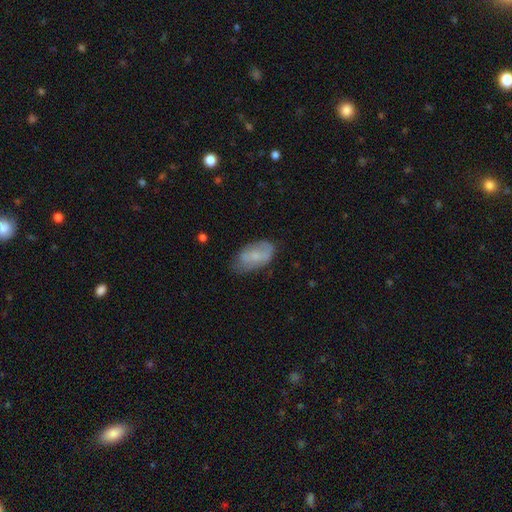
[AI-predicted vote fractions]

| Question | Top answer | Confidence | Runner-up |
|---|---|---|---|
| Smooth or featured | smooth | 64% | featured or disk (29%) |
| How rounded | in between | 93% | round (4%) |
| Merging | none | 62% | minor disturbance (28%) |